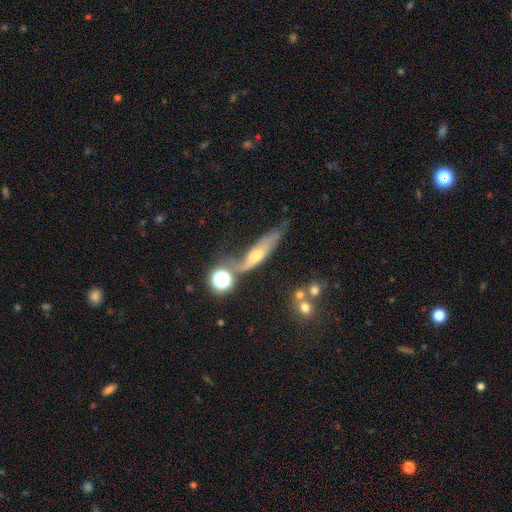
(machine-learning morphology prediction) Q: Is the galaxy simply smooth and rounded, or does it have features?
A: featured or disk — 51%.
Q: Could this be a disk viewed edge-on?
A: yes — 57%.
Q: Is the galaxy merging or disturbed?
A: none — 34%.